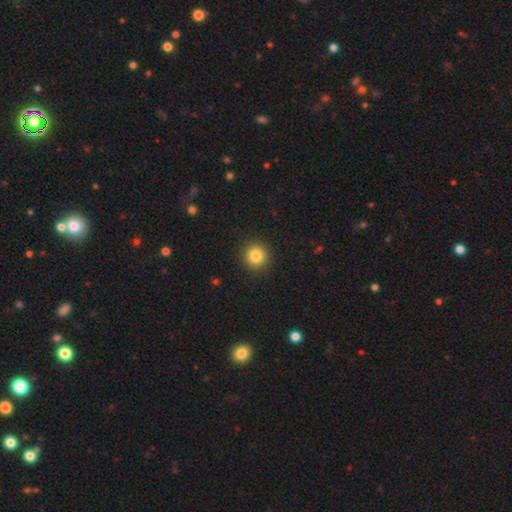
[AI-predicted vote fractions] A smooth galaxy with no disk features (84%) that is round (94%). Merging: none (92%).